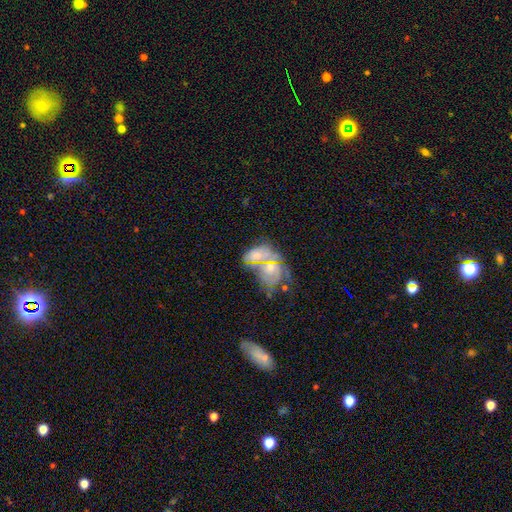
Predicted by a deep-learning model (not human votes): Smooth or featured: featured or disk — 43% (smooth — 42%)
Merging: none — 36% (merger — 34%)